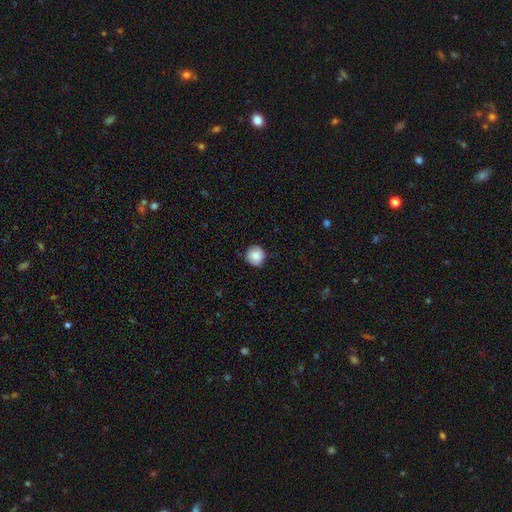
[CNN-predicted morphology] A smooth galaxy with no disk features (81%) that is round (92%).

Vote fractions:
- Smooth or featured? smooth: 81% / featured or disk: 11% / star or artifact: 8%
- How rounded? round: 92% / in between: 7% / cigar-shaped: 1%
- Merging? none: 86% / minor disturbance: 11% / major disturbance: 2% / merger: 1%